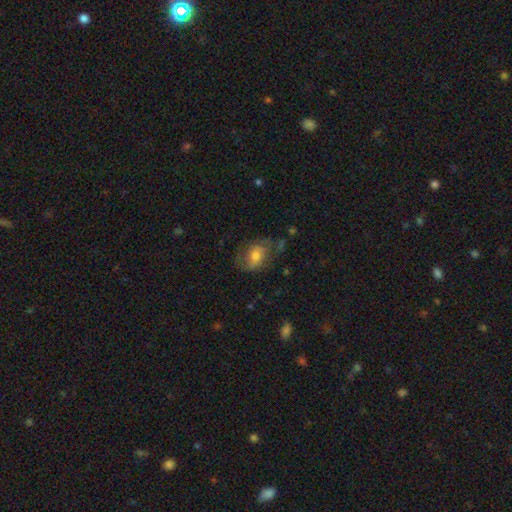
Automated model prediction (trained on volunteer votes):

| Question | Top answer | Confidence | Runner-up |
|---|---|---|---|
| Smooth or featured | smooth | 57% | featured or disk (35%) |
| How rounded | in between | 71% | round (27%) |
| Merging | none | 54% | minor disturbance (26%) |